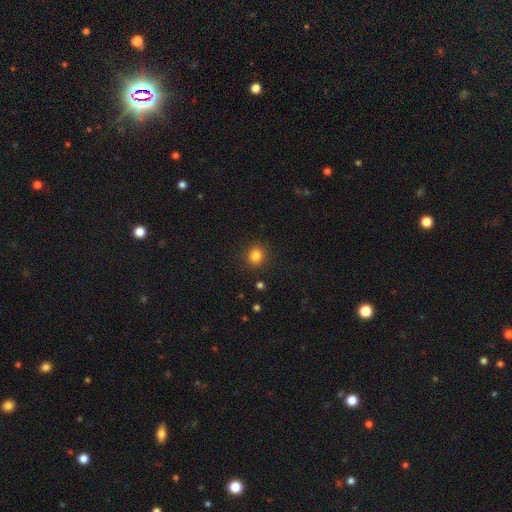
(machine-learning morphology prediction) This appears to be a smooth galaxy with no disk features (83%) that is round (84%). Merging: none (90%).